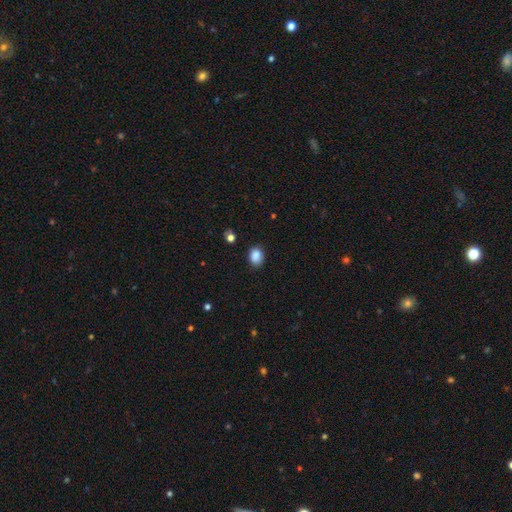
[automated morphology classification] This is clearly a smooth galaxy (87%). How rounded: possibly in between (59%). Merging: clearly none (82%).